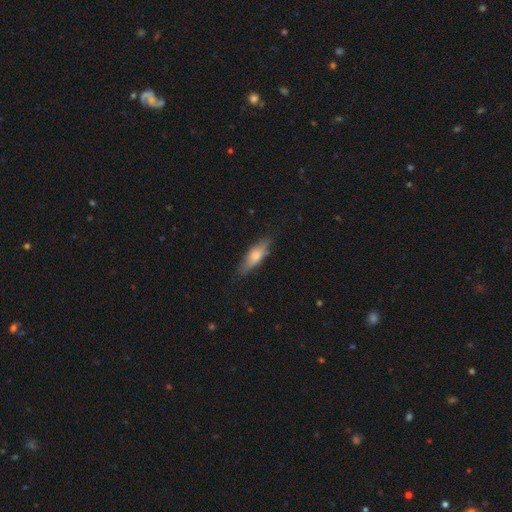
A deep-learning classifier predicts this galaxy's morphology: This appears to be a smooth galaxy with no disk features (59%) that is cigar-shaped (56%). Merging: none (81%).